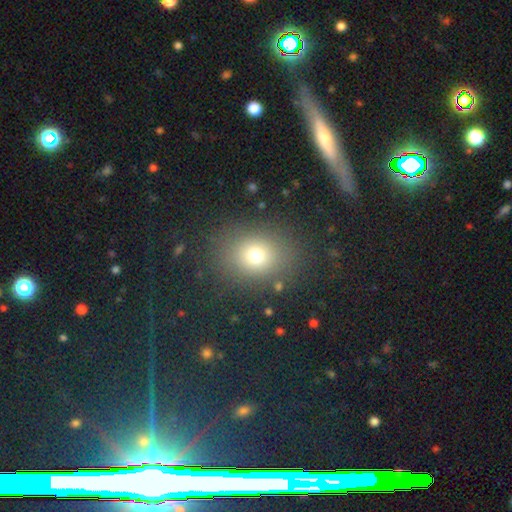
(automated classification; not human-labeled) Smooth or featured?
  - smooth: 72% *
  - star or artifact: 17%
  - featured or disk: 11%
How rounded?
  - round: 63% *
  - in between: 36%
  - cigar-shaped: 1%
Merging?
  - none: 84% *
  - minor disturbance: 9%
  - major disturbance: 5%
  - merger: 2%